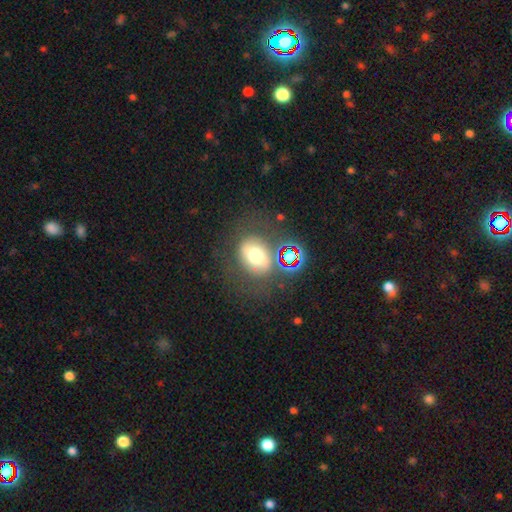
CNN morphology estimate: A smooth galaxy with no disk features (55%) that is in between round and cigar-shaped (51%).

Vote fractions:
- Smooth or featured? smooth: 55% / featured or disk: 27% / star or artifact: 18%
- How rounded? in between: 51% / round: 48% / cigar-shaped: 1%
- Merging? none: 62% / minor disturbance: 17% / major disturbance: 13% / merger: 8%